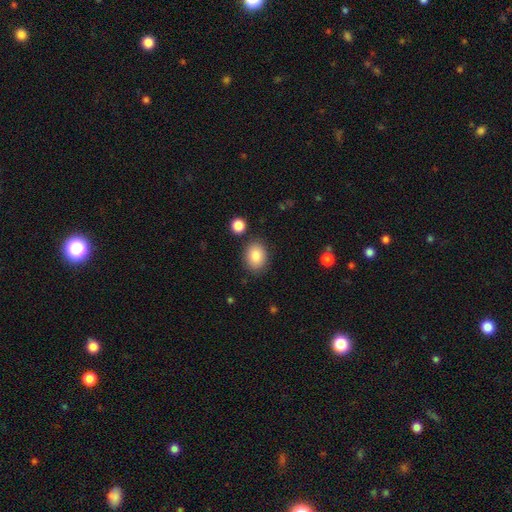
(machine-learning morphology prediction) type=smooth (85%); roundness=in between (63%); merging=none (84%).